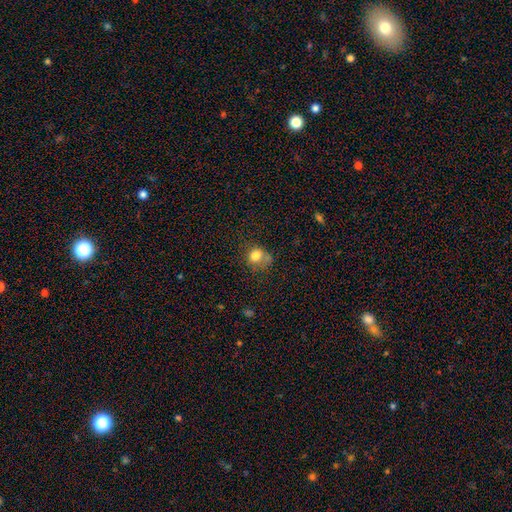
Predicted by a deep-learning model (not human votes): Q: Smooth or featured?
A: smooth (79%); runner-up: star or artifact (12%)
Q: How rounded?
A: round (64%); runner-up: in between (35%)
Q: Merging?
A: none (44%); runner-up: minor disturbance (28%)